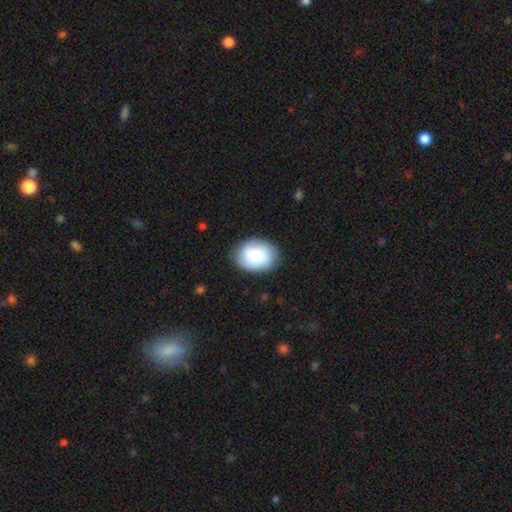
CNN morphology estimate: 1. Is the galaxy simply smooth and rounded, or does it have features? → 82% smooth, 12% featured or disk, 6% star or artifact.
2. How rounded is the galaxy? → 64% in between, 35% round, 1% cigar-shaped.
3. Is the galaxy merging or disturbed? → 84% none, 12% minor disturbance, 3% major disturbance, 1% merger.